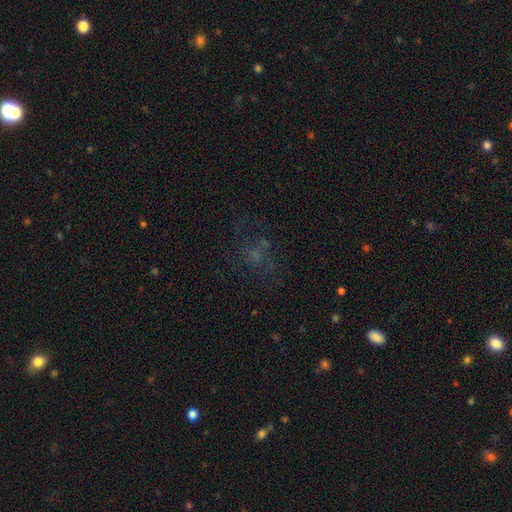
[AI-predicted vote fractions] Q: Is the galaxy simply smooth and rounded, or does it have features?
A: smooth — 36%.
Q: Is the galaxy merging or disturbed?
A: none — 55%.